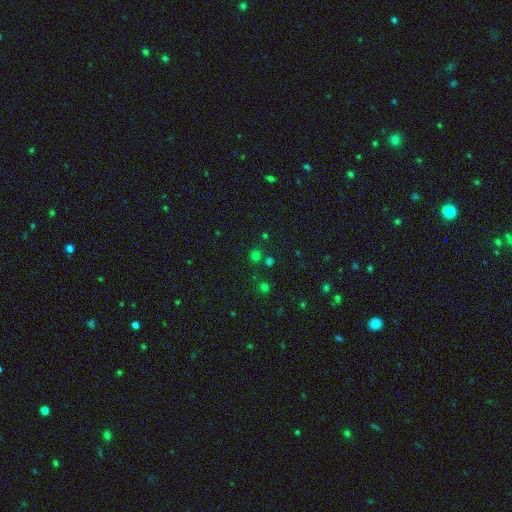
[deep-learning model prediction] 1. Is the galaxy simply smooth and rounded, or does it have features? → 60% smooth, 33% star or artifact, 6% featured or disk.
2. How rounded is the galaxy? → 87% round, 12% in between, 1% cigar-shaped.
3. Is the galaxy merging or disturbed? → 75% none, 12% merger, 9% minor disturbance, 4% major disturbance.